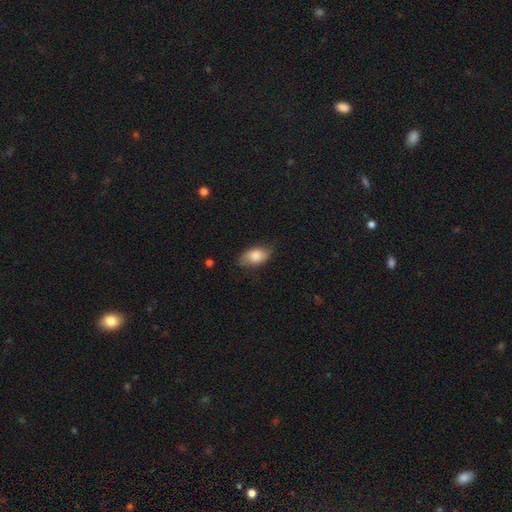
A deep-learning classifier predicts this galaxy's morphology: smooth_or_featured: smooth (p=0.80) [alt: featured or disk p=0.13]
how_rounded: in between (p=0.91) [alt: round p=0.06]
merging: none (p=0.72) [alt: minor disturbance p=0.22]